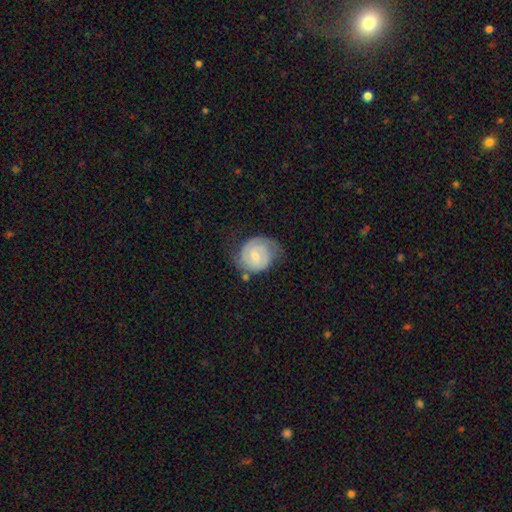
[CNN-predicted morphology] Smooth or featured: featured or disk — 76% (smooth — 19%)
Edge-on disk: no — 98% (yes — 2%)
Bar: weak — 48% (no — 44%)
Spiral arms: yes — 95% (no — 5%)
Spiral winding: tight — 68% (medium — 26%)
Spiral arm count: 2 — 69% (can't tell — 15%)
Bulge size: small — 57% (moderate — 36%)
Merging: none — 64% (minor disturbance — 23%)